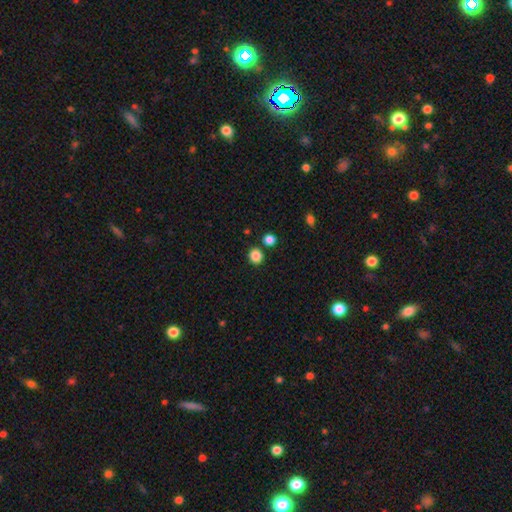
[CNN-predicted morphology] Smooth or featured?
  - smooth: 85% *
  - star or artifact: 11%
  - featured or disk: 3%
How rounded?
  - round: 86% *
  - in between: 13%
  - cigar-shaped: 1%
Merging?
  - none: 84% *
  - minor disturbance: 7%
  - merger: 7%
  - major disturbance: 2%